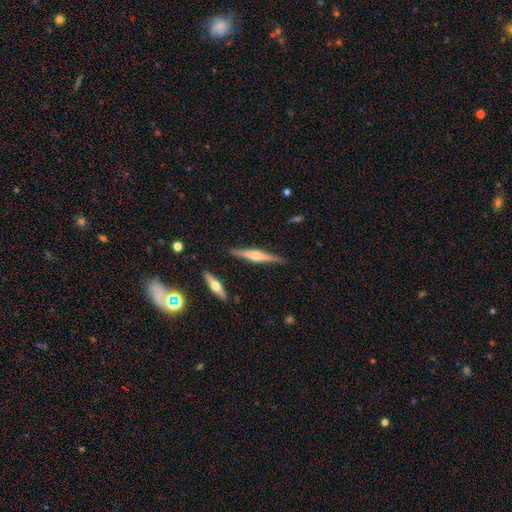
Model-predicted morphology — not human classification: This is likely a featured or disk galaxy (71%). It is clearly viewed edge-on (98%). Edge-on bulge: clearly rounded (87%). Merging: clearly none (88%).